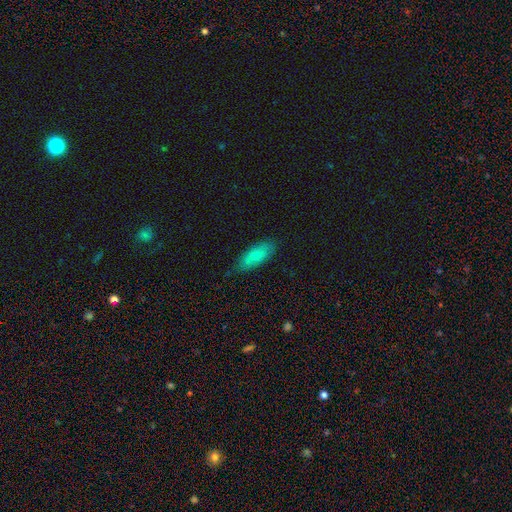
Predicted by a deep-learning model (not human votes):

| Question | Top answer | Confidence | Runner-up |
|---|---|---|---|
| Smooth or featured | smooth | 76% | featured or disk (18%) |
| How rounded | in between | 79% | cigar-shaped (19%) |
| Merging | none | 72% | minor disturbance (23%) |